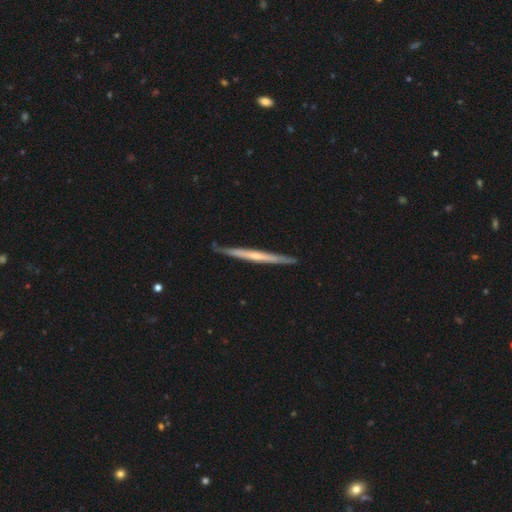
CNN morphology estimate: The model was most divided on "edge-on bulge": none: 53%, rounded: 43%, boxy: 4%. More confident: edge-on disk — yes (97%); merging — none (86%); smooth or featured — featured or disk (69%).